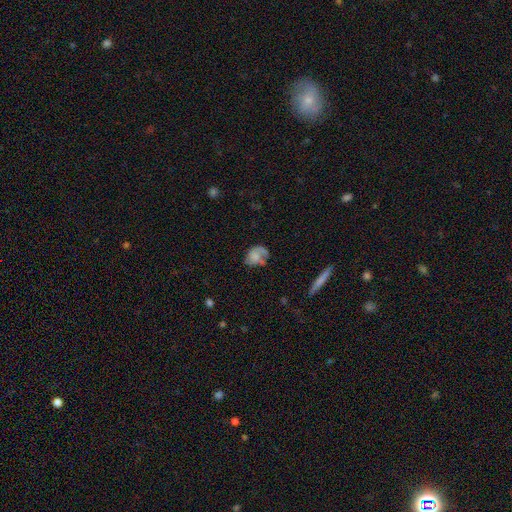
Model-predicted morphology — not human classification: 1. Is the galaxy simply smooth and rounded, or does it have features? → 53% smooth, 38% featured or disk, 9% star or artifact.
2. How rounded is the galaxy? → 65% in between, 33% round, 2% cigar-shaped.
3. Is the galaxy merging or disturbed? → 39% none, 28% minor disturbance, 25% major disturbance, 8% merger.